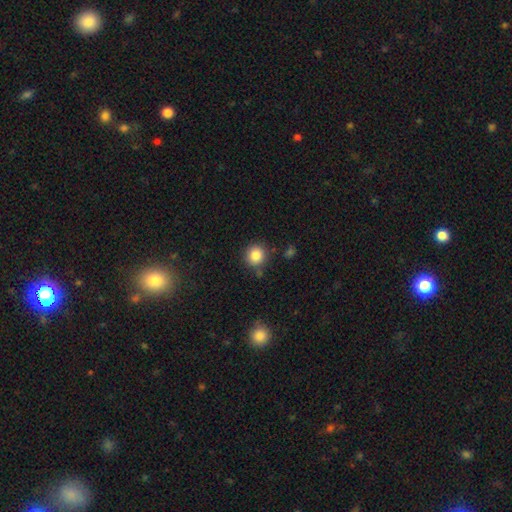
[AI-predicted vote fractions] A smooth galaxy with no disk features (85%) that is round (91%). Merging: none (82%).